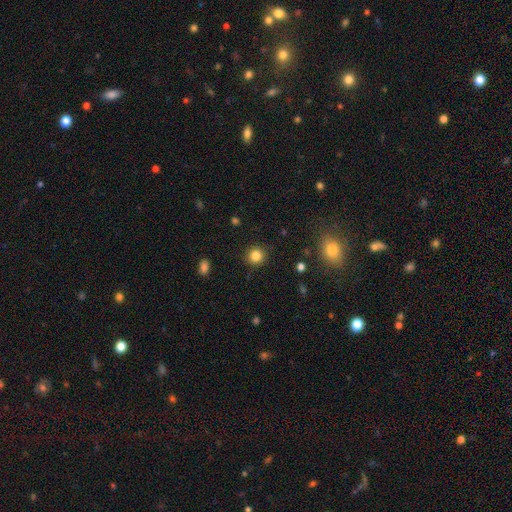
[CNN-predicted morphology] Smooth or featured? Predicted: smooth (p=0.84). How rounded? Predicted: round (p=0.91). Merging? Predicted: none (p=0.90).